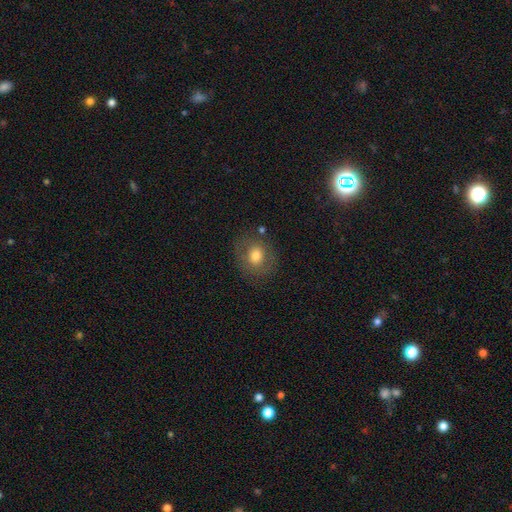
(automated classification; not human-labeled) smooth 70%, featured or disk 20%, star or artifact 10%. Down the decision tree: how rounded — round (68%); merging — none (80%).